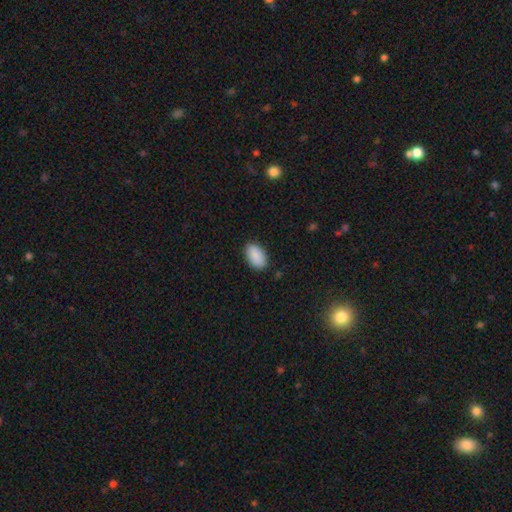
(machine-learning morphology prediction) Q: Smooth or featured?
A: smooth (91%); runner-up: star or artifact (7%)
Q: How rounded?
A: in between (94%); runner-up: round (5%)
Q: Merging?
A: none (87%); runner-up: minor disturbance (10%)